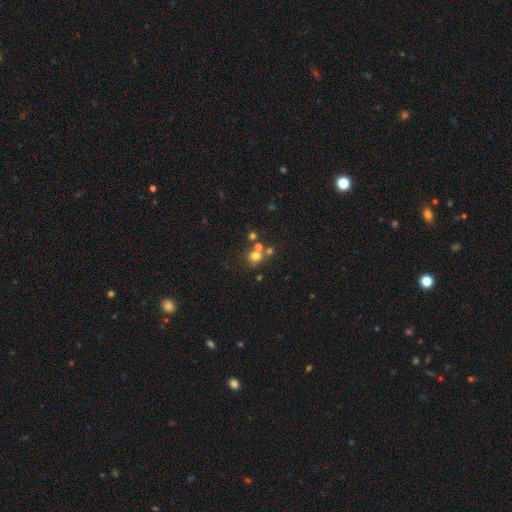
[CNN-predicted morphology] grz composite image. It shows a smooth galaxy with no disk features (67%) that is round (83%). Merging: none (54%).